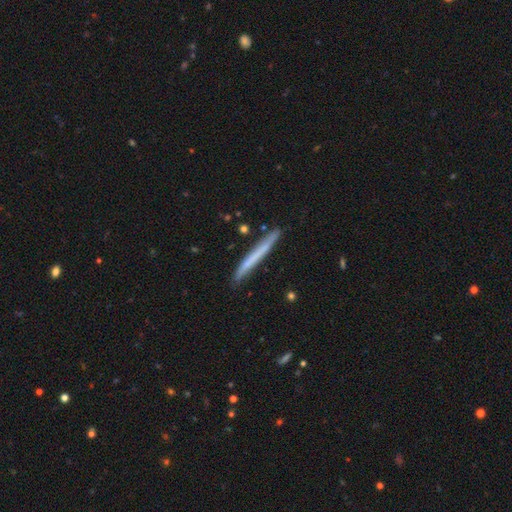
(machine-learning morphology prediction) Smooth or featured?
  - smooth: 57% *
  - featured or disk: 37%
  - star or artifact: 6%
How rounded?
  - cigar-shaped: 97% *
  - in between: 2%
  - round: 1%
Merging?
  - none: 88% *
  - minor disturbance: 9%
  - merger: 2%
  - major disturbance: 2%